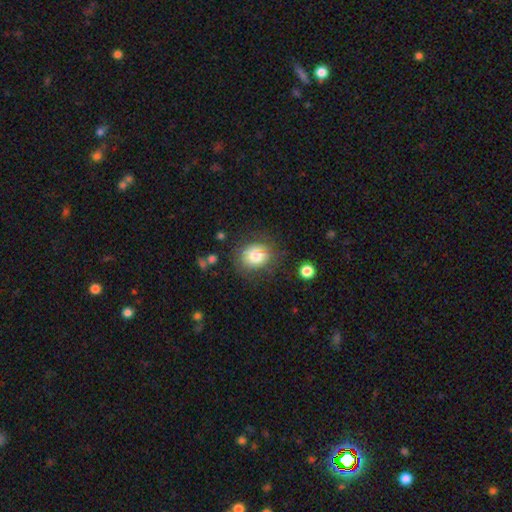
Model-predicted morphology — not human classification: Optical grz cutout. It shows a smooth galaxy with no disk features (76%) that is round (64%). Merging: none (72%).